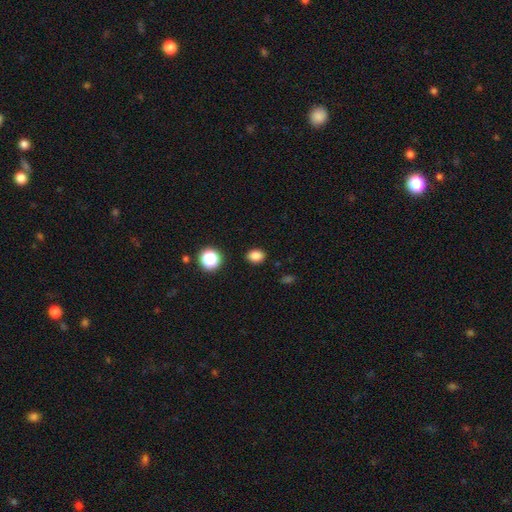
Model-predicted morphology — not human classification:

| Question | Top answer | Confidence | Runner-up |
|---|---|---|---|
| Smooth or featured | smooth | 83% | star or artifact (13%) |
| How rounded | in between | 58% | round (41%) |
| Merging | none | 88% | minor disturbance (8%) |